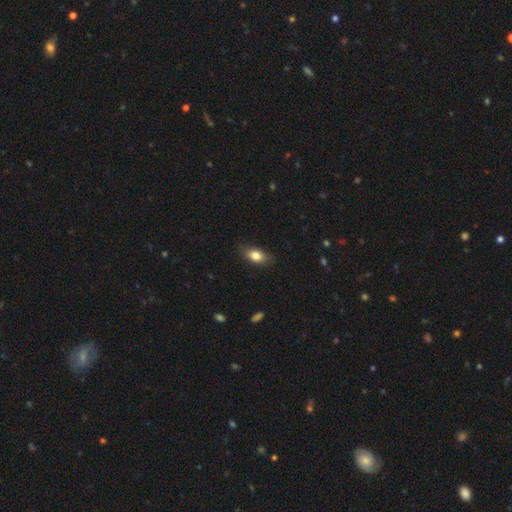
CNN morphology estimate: Smooth or featured? Predicted: smooth (p=0.80). How rounded? Predicted: in between (p=0.84). Merging? Predicted: none (p=0.82).